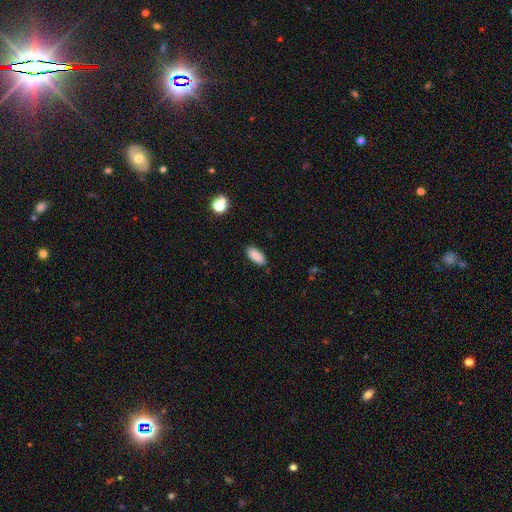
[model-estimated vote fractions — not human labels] Morphology: type=smooth (88%); roundness=in between (89%); merging=none (84%).